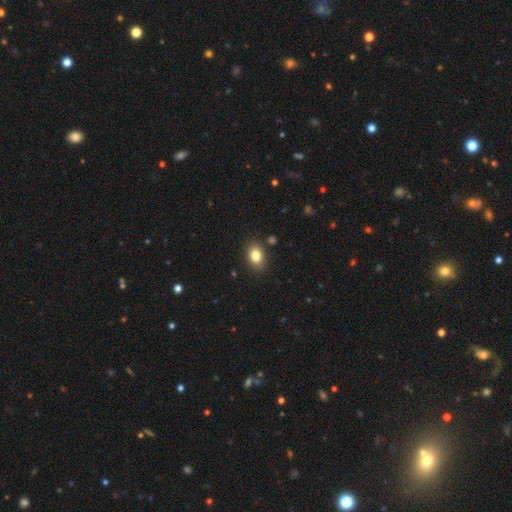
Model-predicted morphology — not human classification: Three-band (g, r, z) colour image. It shows a smooth galaxy with no disk features (83%) that is in between round and cigar-shaped (78%). Merging: none (86%).